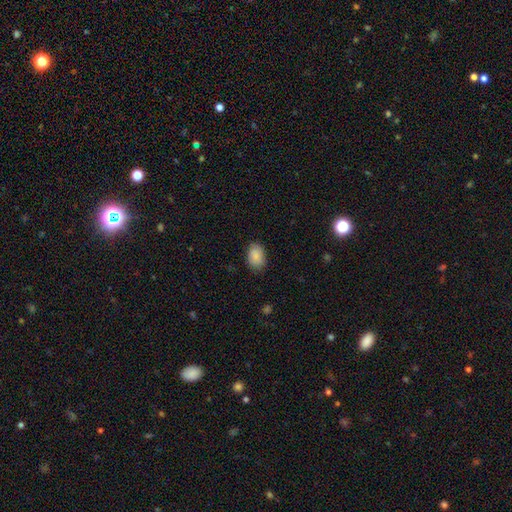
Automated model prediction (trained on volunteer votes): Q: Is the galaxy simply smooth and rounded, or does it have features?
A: smooth — 88%.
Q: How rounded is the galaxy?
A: in between — 84%.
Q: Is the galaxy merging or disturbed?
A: none — 82%.